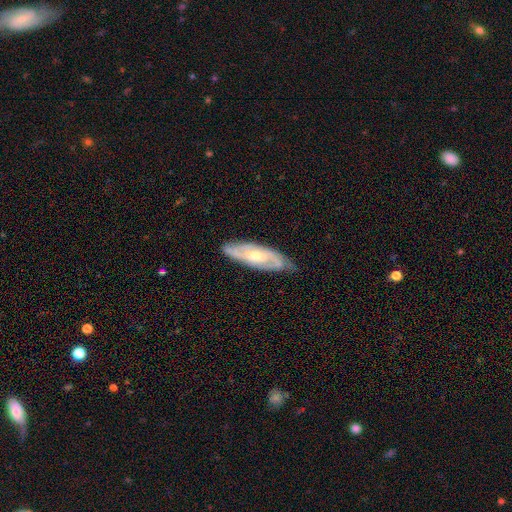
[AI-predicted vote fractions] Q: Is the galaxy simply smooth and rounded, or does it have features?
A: featured or disk — 74%.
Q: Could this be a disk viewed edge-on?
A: no — 79%.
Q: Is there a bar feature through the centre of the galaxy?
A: no — 52%.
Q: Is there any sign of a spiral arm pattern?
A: yes — 89%.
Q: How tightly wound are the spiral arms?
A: tight — 51%.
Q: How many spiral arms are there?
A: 2 — 48%.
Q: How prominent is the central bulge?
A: moderate — 50%.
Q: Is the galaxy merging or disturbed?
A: none — 76%.